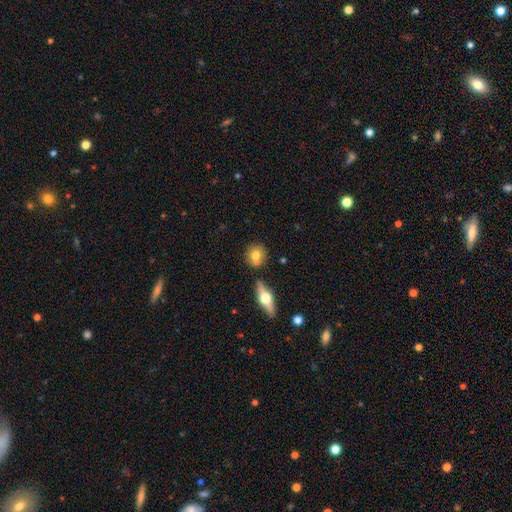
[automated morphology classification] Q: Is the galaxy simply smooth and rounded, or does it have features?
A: smooth — 70%.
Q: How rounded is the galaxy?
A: round — 81%.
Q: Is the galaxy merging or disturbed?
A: none — 68%.